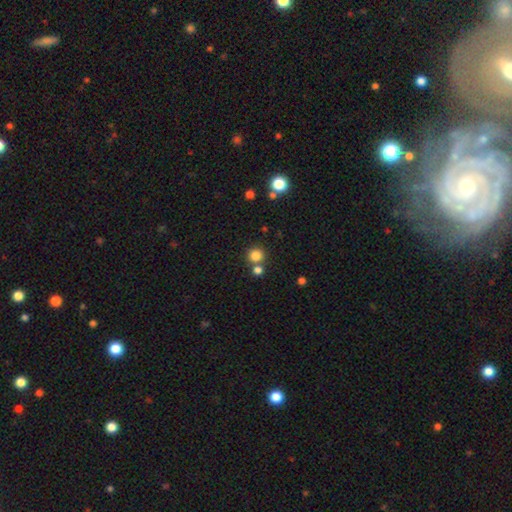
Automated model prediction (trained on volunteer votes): Smooth or featured? Predicted: smooth (p=0.82). How rounded? Predicted: round (p=0.92). Merging? Predicted: none (p=0.70).